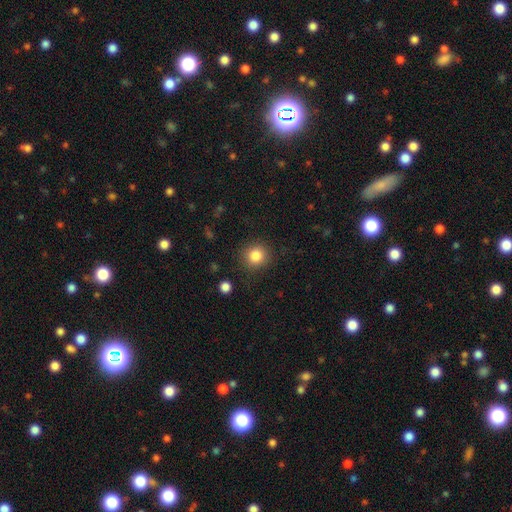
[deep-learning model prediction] A smooth galaxy with no disk features (84%) that is round (90%).

Vote fractions:
- Smooth or featured? smooth: 84% / star or artifact: 11% / featured or disk: 5%
- How rounded? round: 90% / in between: 9% / cigar-shaped: 1%
- Merging? none: 87% / minor disturbance: 8% / major disturbance: 3% / merger: 1%